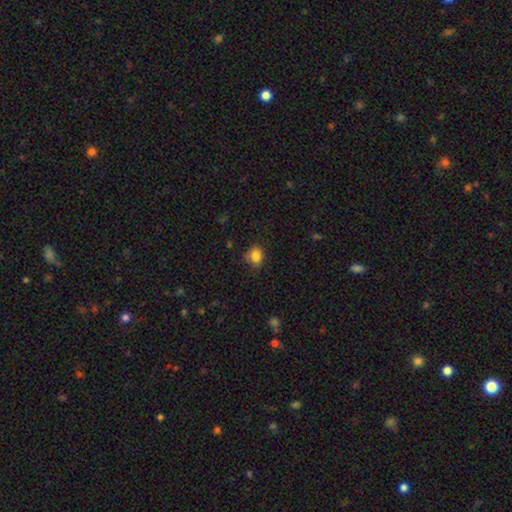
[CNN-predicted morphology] smooth 84%, star or artifact 11%, featured or disk 6%. Down the decision tree: how rounded — round (58%); merging — none (71%).